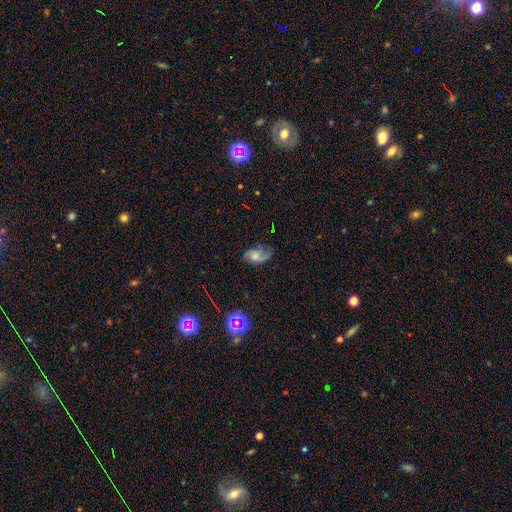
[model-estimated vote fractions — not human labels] Q: Smooth or featured?
A: featured or disk (53%); runner-up: smooth (35%)
Q: Edge-on disk?
A: no (95%); runner-up: yes (5%)
Q: Bar?
A: no (68%); runner-up: weak (27%)
Q: Spiral arms?
A: yes (89%); runner-up: no (11%)
Q: Bulge size?
A: moderate (39%); runner-up: small (33%)
Q: Merging?
A: none (58%); runner-up: minor disturbance (27%)